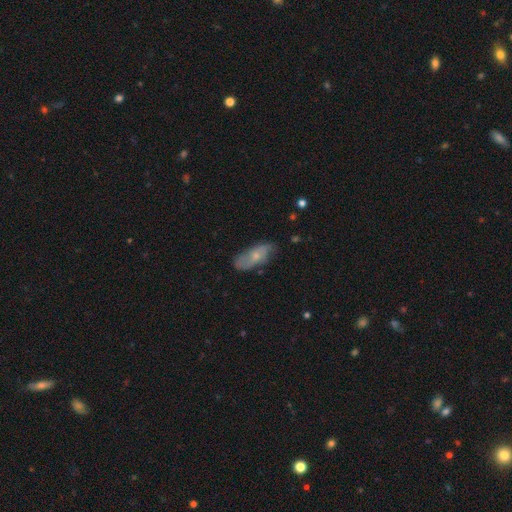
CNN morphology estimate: A smooth galaxy with no disk features (48%). Merging: none (66%).